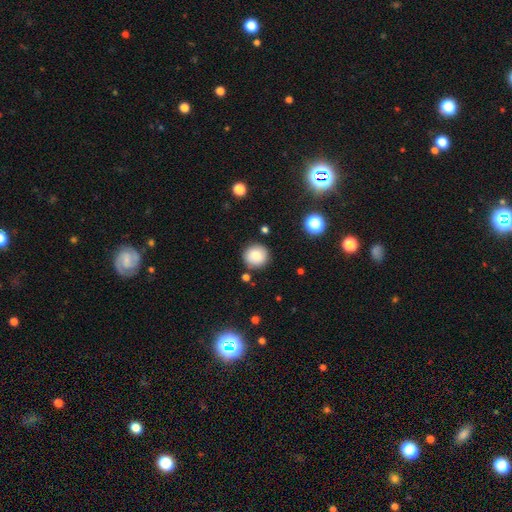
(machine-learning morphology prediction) smooth-or-featured: smooth: 83% | star or artifact: 9% | featured or disk: 7%
  how-rounded: round: 93% | in between: 6% | cigar-shaped: 1%
  merging: none: 87% | minor disturbance: 8% | merger: 3% | major disturbance: 2%